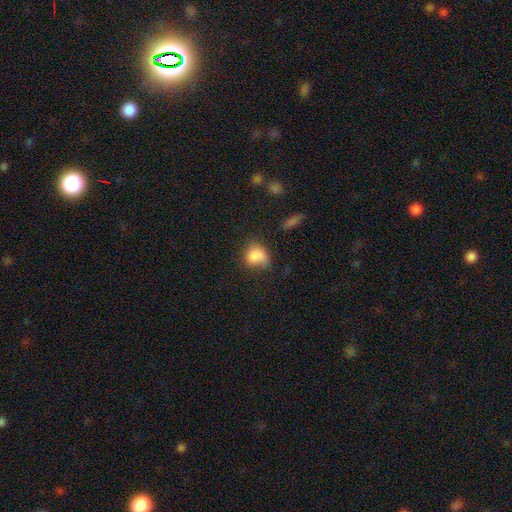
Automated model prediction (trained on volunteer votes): smooth 82%, star or artifact 10%, featured or disk 8%. Down the decision tree: how rounded — in between (54%); merging — none (46%).